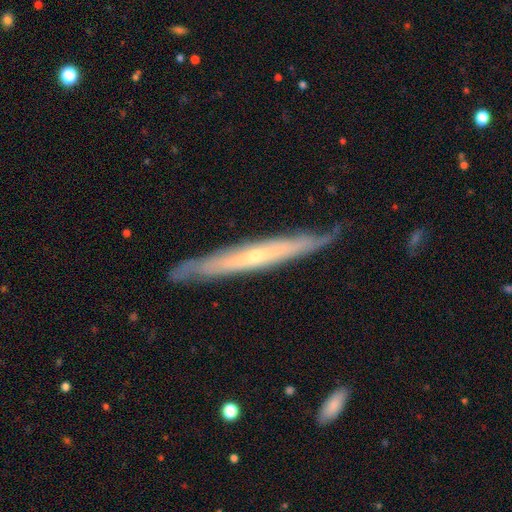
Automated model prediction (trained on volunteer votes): The model was most divided on "edge-on bulge": rounded: 56%, none: 42%, boxy: 3%. More confident: edge-on disk — yes (81%); merging — none (78%); smooth or featured — featured or disk (73%).